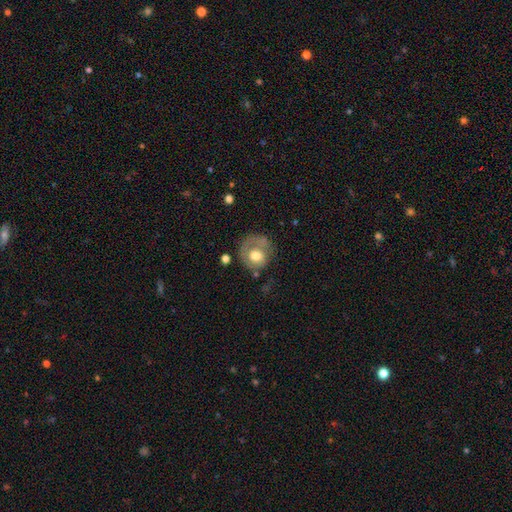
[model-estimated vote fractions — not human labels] A smooth galaxy with no disk features (52%) that is round (77%). Merging: none (50%).